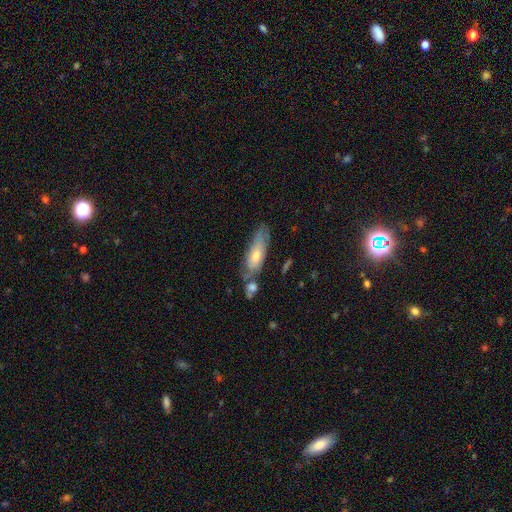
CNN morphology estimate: Smooth or featured?
  - smooth: 57% *
  - featured or disk: 35%
  - star or artifact: 7%
How rounded?
  - in between: 50% *
  - cigar-shaped: 48%
  - round: 2%
Merging?
  - none: 54% *
  - minor disturbance: 21%
  - merger: 18%
  - major disturbance: 7%